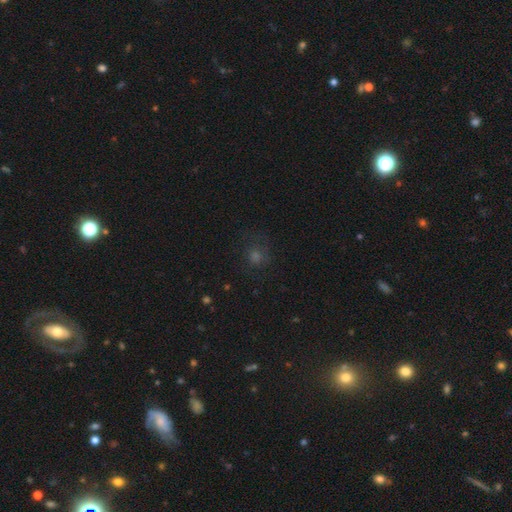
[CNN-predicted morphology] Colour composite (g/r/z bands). It shows a smooth galaxy with no disk features (50%). Merging: none (74%).